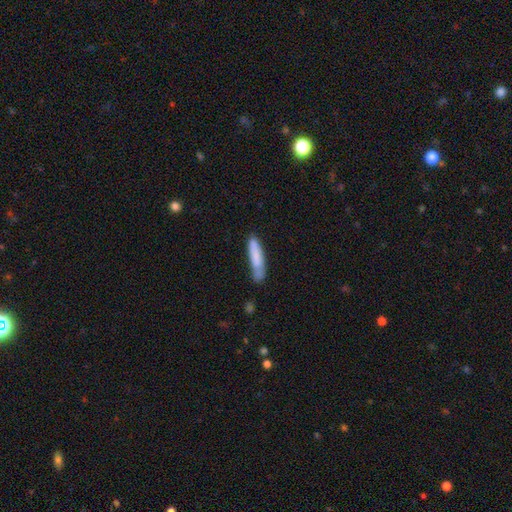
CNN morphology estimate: Smooth or featured? smooth (80%)
How rounded? cigar-shaped (84%)
Merging? none (67%)